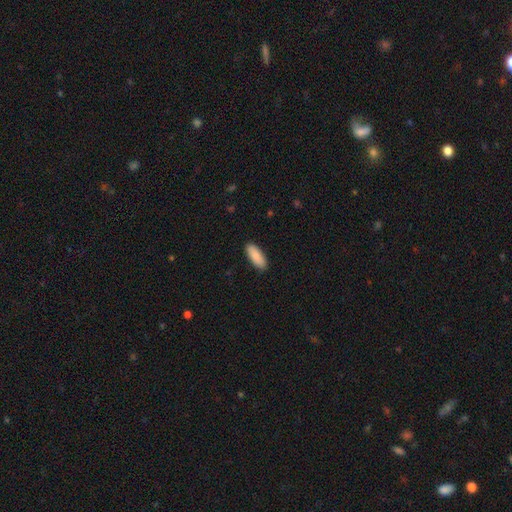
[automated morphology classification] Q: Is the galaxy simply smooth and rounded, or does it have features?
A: smooth — 89%.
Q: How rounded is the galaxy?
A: in between — 75%.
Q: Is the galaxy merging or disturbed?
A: none — 90%.